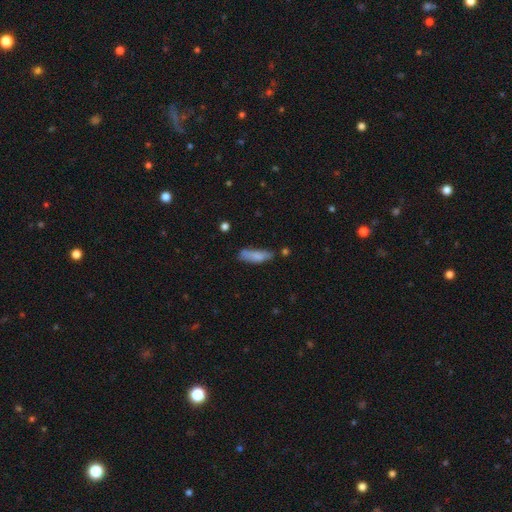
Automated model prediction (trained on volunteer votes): This appears to be a smooth galaxy with no disk features (74%) that is cigar-shaped (57%). Merging: none (53%).